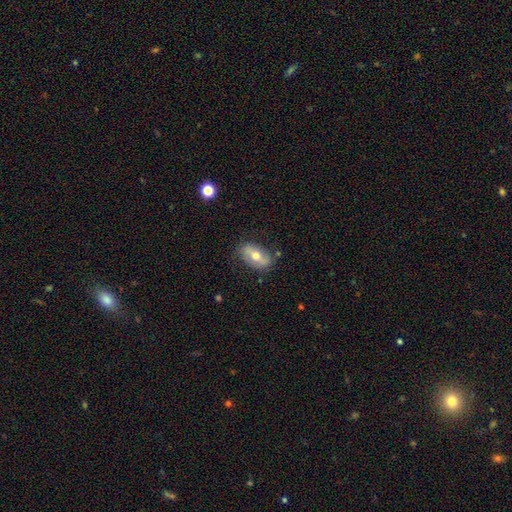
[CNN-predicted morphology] type=smooth (48%); merging=none (75%).